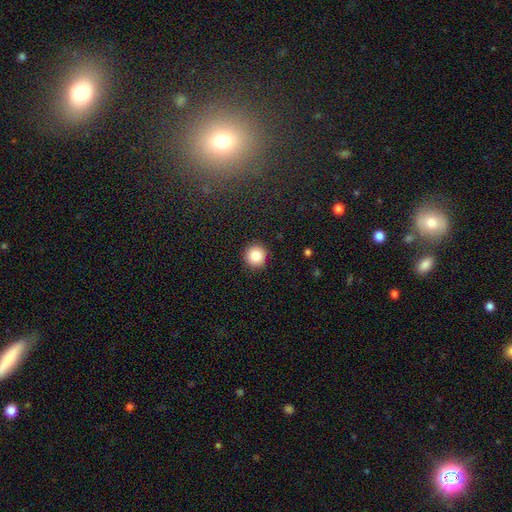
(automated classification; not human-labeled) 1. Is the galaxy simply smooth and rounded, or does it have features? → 87% smooth, 9% star or artifact, 4% featured or disk.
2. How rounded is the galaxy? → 95% round, 4% in between, 1% cigar-shaped.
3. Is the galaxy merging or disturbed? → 91% none, 6% minor disturbance, 2% major disturbance, 1% merger.